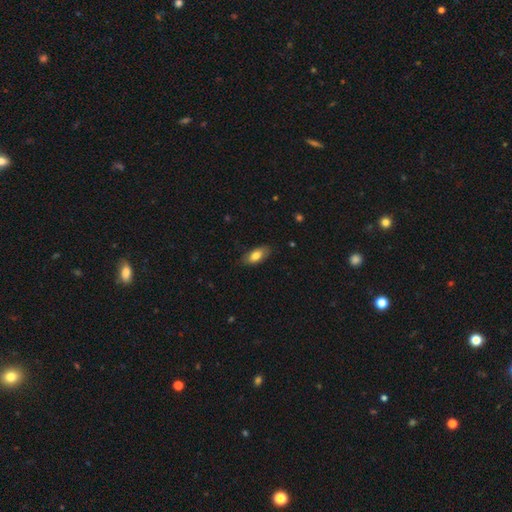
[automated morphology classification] This is likely a smooth galaxy (76%). How rounded: clearly in between (87%). Merging: clearly none (81%).